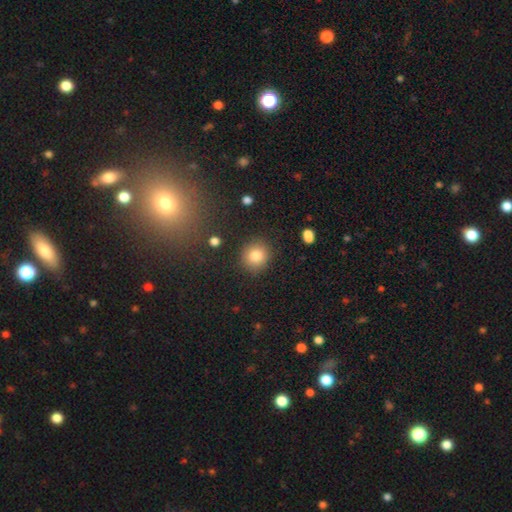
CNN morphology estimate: Smooth or featured? Predicted: smooth (p=0.83). How rounded? Predicted: round (p=0.88). Merging? Predicted: none (p=0.88).